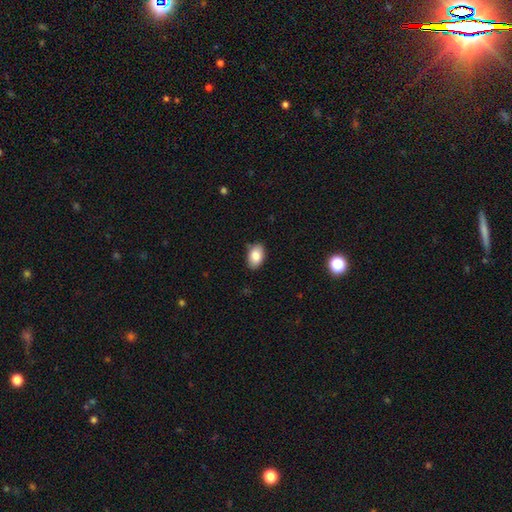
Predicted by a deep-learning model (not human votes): Overall: smooth (86%). How rounded: in between (90%). Merging: none (81%).